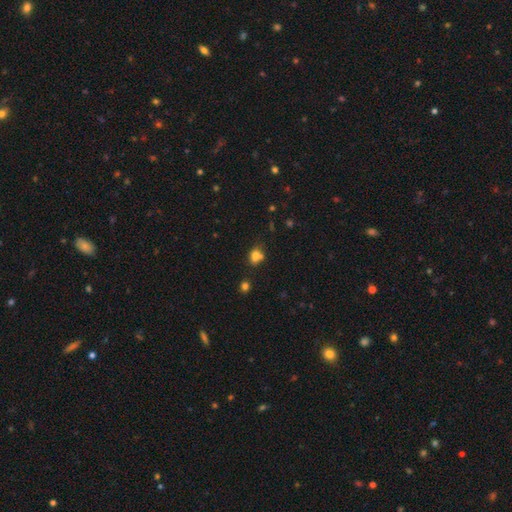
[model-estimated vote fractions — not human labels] A smooth galaxy with no disk features (72%) that is in between round and cigar-shaped (51%). Merging: none (44%).